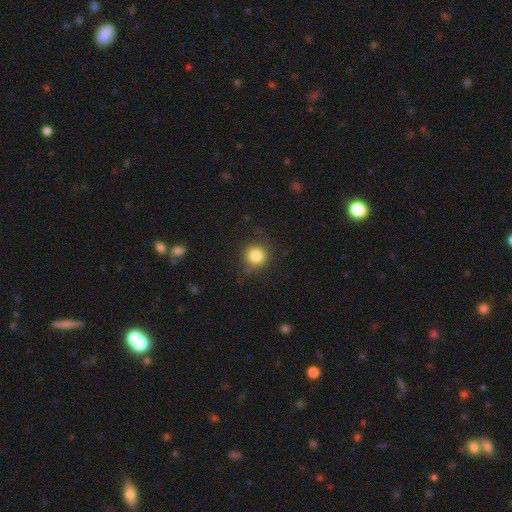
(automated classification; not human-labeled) Smooth or featured? Predicted: smooth (p=0.83). How rounded? Predicted: round (p=0.92). Merging? Predicted: none (p=0.82).